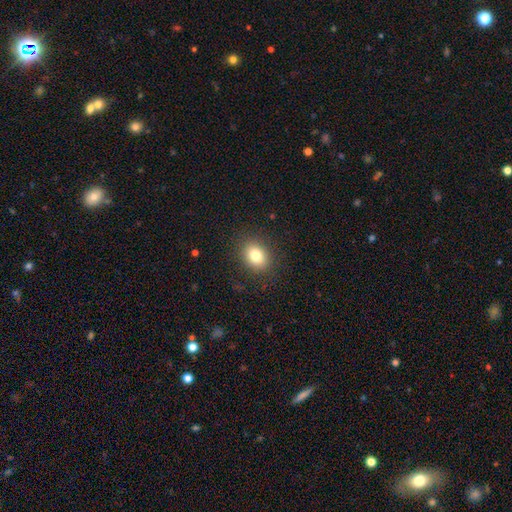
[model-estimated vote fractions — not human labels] smooth 80%, star or artifact 11%, featured or disk 9%. Down the decision tree: how rounded — in between (56%); merging — none (88%).